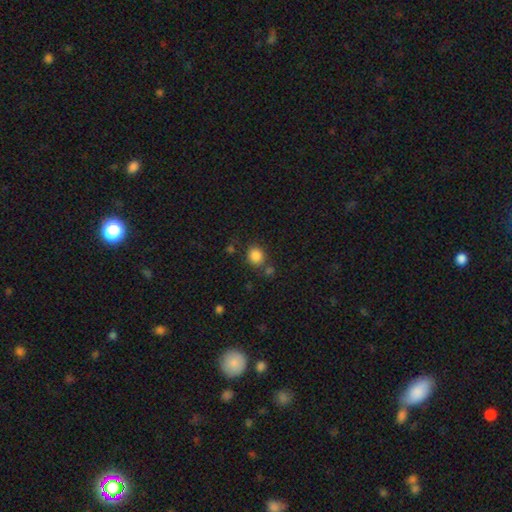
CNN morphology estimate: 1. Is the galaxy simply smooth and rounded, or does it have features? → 85% smooth, 10% star or artifact, 5% featured or disk.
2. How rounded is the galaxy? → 75% round, 24% in between, 1% cigar-shaped.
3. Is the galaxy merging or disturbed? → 74% none, 11% minor disturbance, 11% merger, 4% major disturbance.